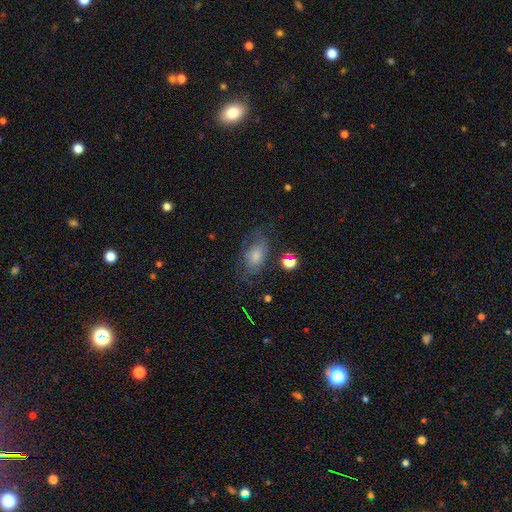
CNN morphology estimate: Q: Smooth or featured?
A: smooth (49%); runner-up: featured or disk (34%)
Q: Merging?
A: none (62%); runner-up: minor disturbance (22%)